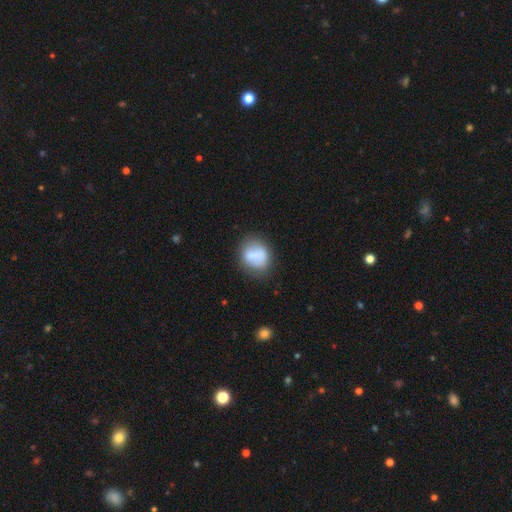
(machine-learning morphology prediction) smooth 69%, featured or disk 22%, star or artifact 9%. Down the decision tree: how rounded — round (62%); merging — none (59%).